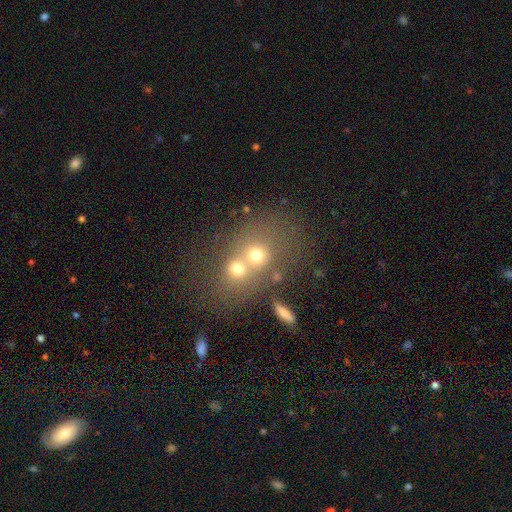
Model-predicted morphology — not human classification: The model was most divided on "how rounded": round: 63%, in between: 36%, cigar-shaped: 2%. More confident: merging — merger (66%); smooth or featured — smooth (57%).